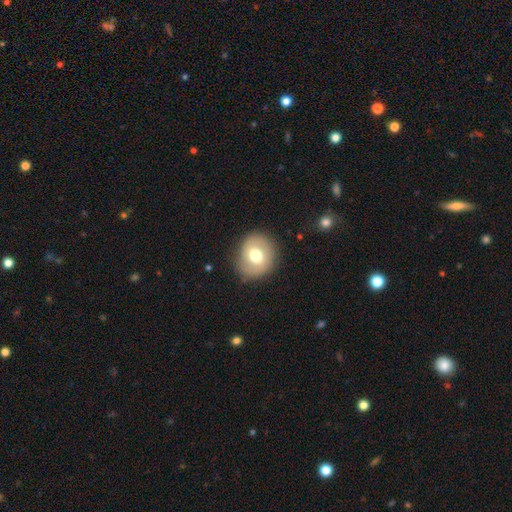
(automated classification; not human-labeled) Smooth or featured? smooth (65%)
How rounded? round (74%)
Merging? none (84%)